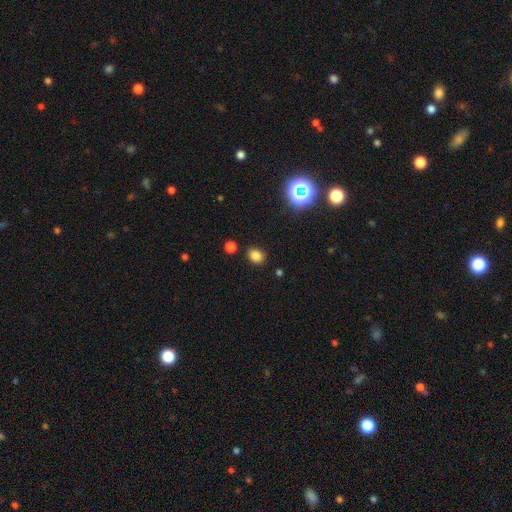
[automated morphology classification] Q: Smooth or featured?
A: smooth (79%); runner-up: star or artifact (16%)
Q: How rounded?
A: in between (54%); runner-up: round (45%)
Q: Merging?
A: none (86%); runner-up: minor disturbance (8%)